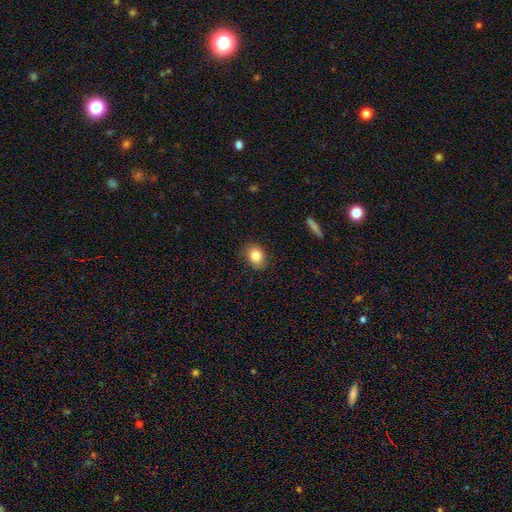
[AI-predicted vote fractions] Morphology: type=smooth (84%); roundness=in between (55%); merging=none (84%).